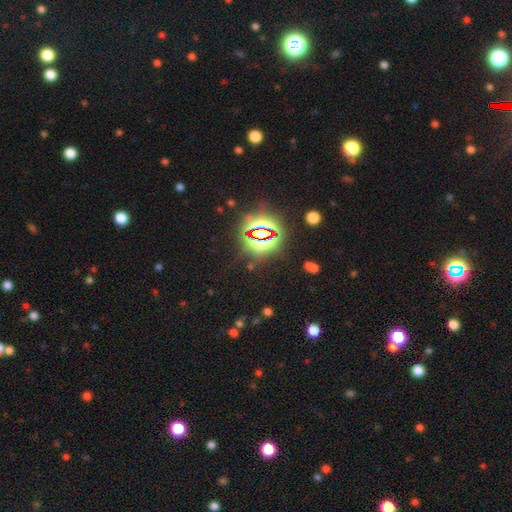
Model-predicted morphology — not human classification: This is clearly a star or artifact rather than a galaxy (80%).